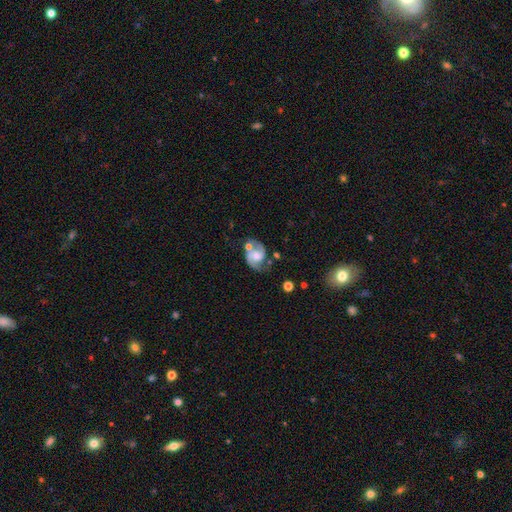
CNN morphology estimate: This appears to be a featured or disk galaxy (87%) with no bar (60%), 2 (91%) medium (56%) spiral arms (97%) and a moderate central bulge (55%). Merging: none (59%).